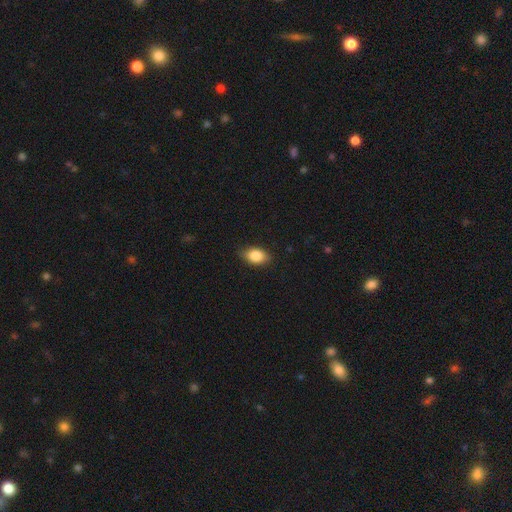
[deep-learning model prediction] Q: Smooth or featured?
A: smooth (86%); runner-up: star or artifact (8%)
Q: How rounded?
A: in between (86%); runner-up: round (12%)
Q: Merging?
A: none (83%); runner-up: minor disturbance (14%)